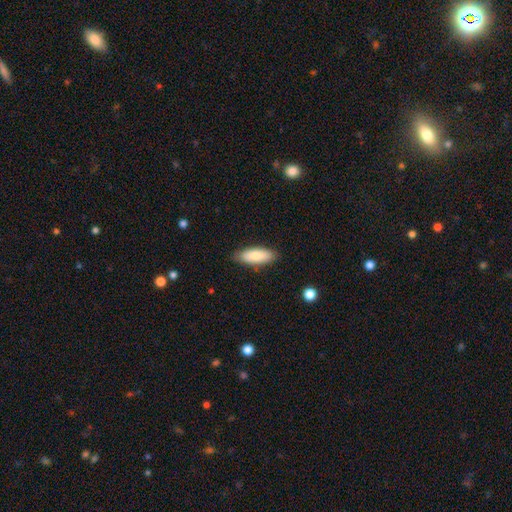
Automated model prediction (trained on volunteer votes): Smooth or featured?
  - smooth: 82% *
  - featured or disk: 13%
  - star or artifact: 6%
How rounded?
  - in between: 73% *
  - cigar-shaped: 25%
  - round: 2%
Merging?
  - none: 85% *
  - minor disturbance: 12%
  - major disturbance: 2%
  - merger: 1%